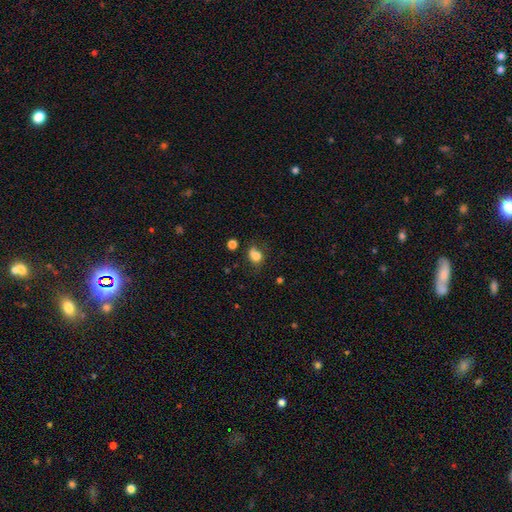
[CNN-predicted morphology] This appears to be a smooth galaxy with no disk features (76%) that is round (53%). Merging: none (43%).